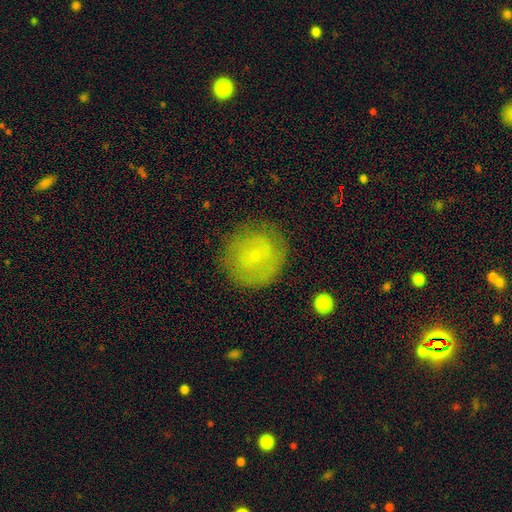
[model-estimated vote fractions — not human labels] The model was most divided on "smooth or featured": smooth: 52%, featured or disk: 39%, star or artifact: 10%. More confident: how rounded — round (92%); merging — none (80%).